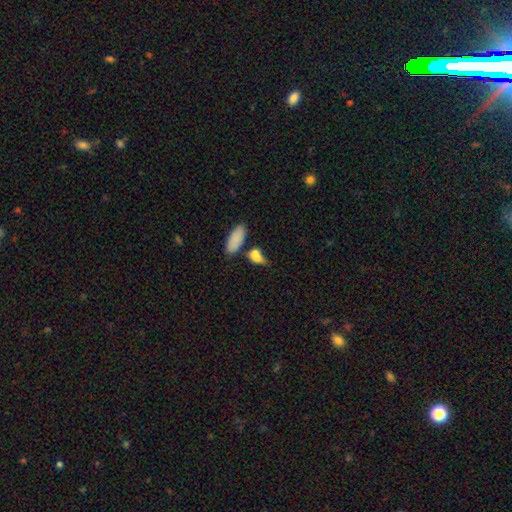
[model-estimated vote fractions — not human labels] Smooth or featured? Predicted: smooth (p=0.80). How rounded? Predicted: in between (p=0.77). Merging? Predicted: none (p=0.44).